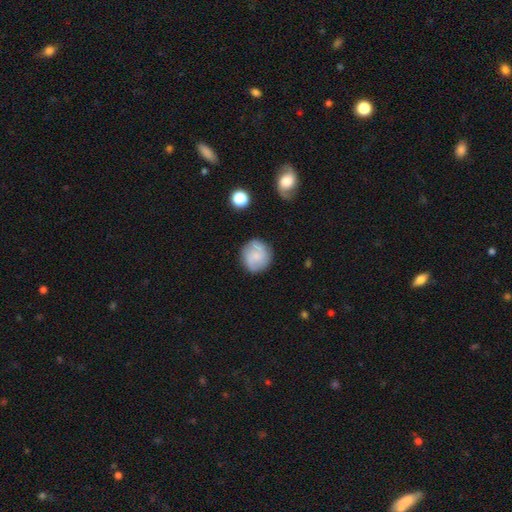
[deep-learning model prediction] Q: Smooth or featured?
A: featured or disk (47%); runner-up: smooth (45%)
Q: Merging?
A: none (81%); runner-up: minor disturbance (13%)